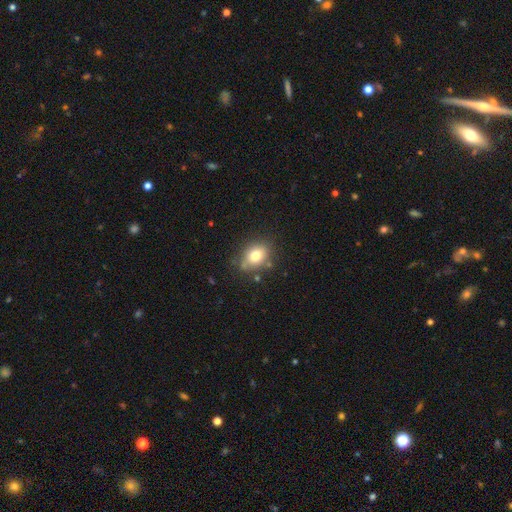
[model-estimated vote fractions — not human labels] This is likely a smooth galaxy (76%). How rounded: likely in between (62%). Merging: likely none (74%).